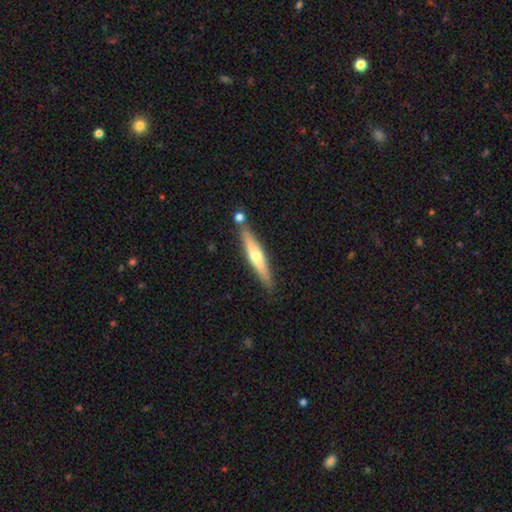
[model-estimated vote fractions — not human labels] The model was most divided on "smooth or featured": featured or disk: 56%, smooth: 39%, star or artifact: 5%. More confident: edge-on disk — yes (93%); edge-on bulge — rounded (86%); merging — none (80%).